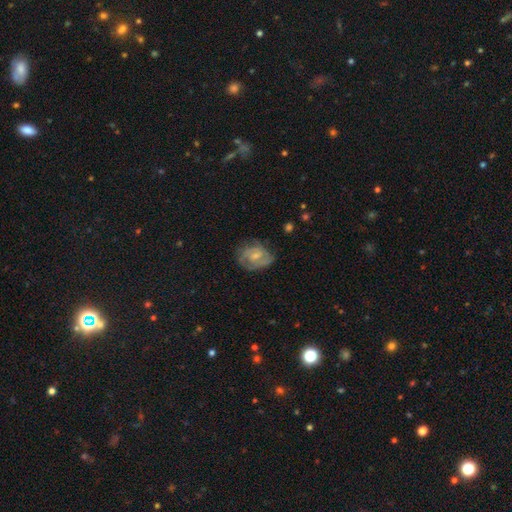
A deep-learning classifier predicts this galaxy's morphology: Smooth or featured? featured or disk (67%)
Edge-on disk? no (97%)
Bar? weak (49%)
Spiral arms? yes (83%)
Spiral winding? tight (47%)
Spiral arm count? 2 (56%)
Bulge size? small (49%)
Merging? none (61%)